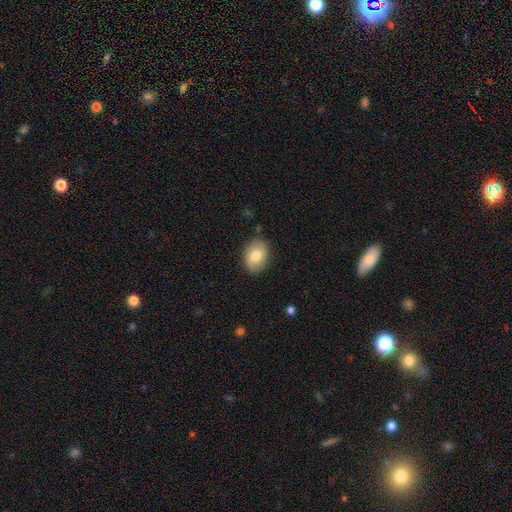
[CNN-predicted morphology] Smooth or featured?
  - smooth: 78% *
  - featured or disk: 15%
  - star or artifact: 7%
How rounded?
  - in between: 72% *
  - round: 27%
  - cigar-shaped: 1%
Merging?
  - none: 86% *
  - minor disturbance: 11%
  - major disturbance: 2%
  - merger: 1%